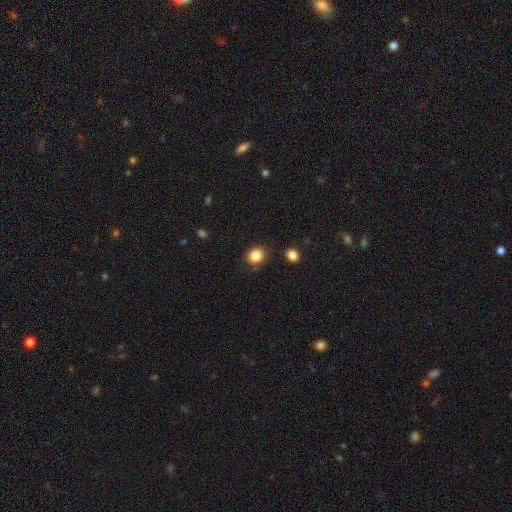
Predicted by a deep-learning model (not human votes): This is clearly a smooth galaxy (85%). How rounded: likely round (79%). Merging: clearly none (85%).